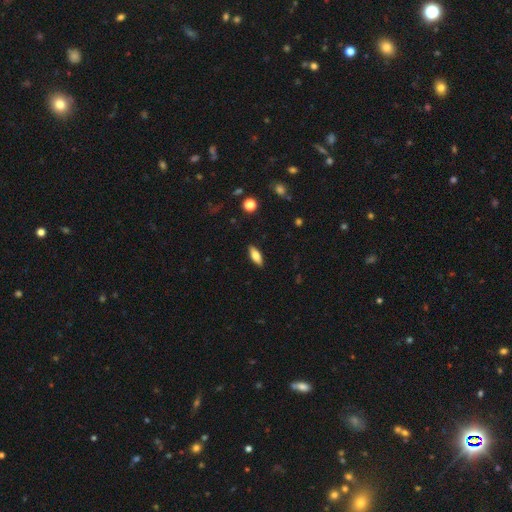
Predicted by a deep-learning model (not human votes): Smooth or featured? smooth (73%)
How rounded? in between (70%)
Merging? none (88%)